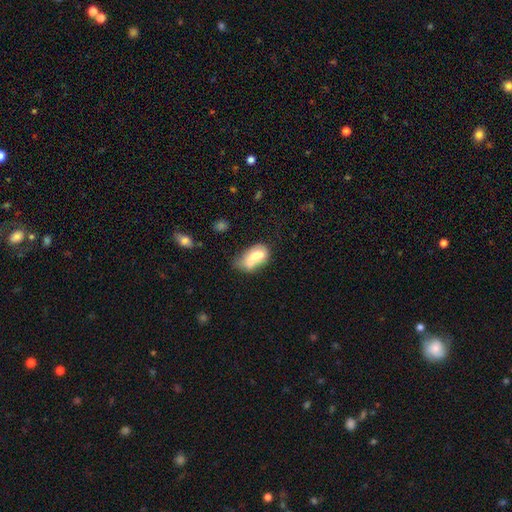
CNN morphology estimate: This is possibly a smooth galaxy (59%). How rounded: likely in between (80%). Merging: likely merger (61%).